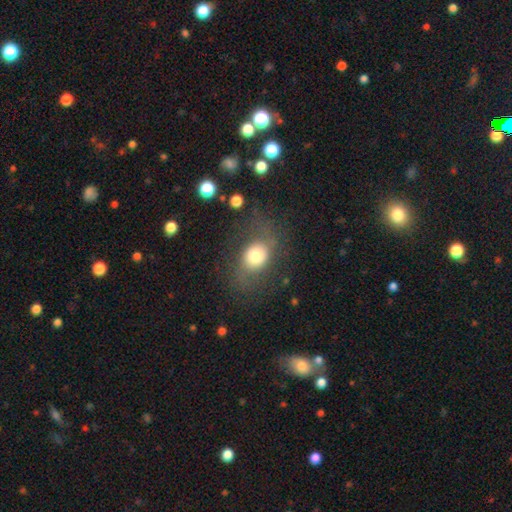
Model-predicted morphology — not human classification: This is likely a smooth galaxy (69%). How rounded: possibly in between (51%). Merging: possibly none (58%).